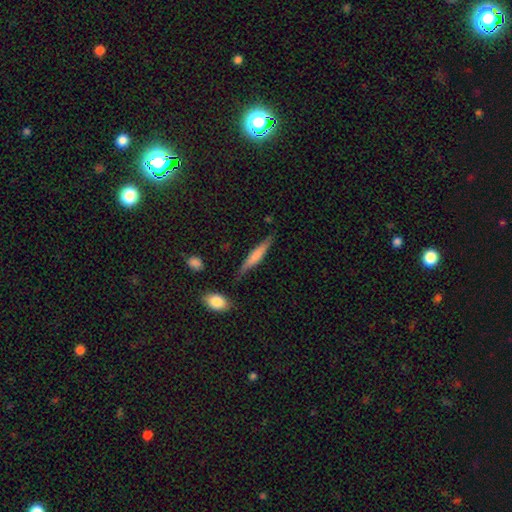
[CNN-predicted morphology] Q: Smooth or featured?
A: smooth (57%); runner-up: featured or disk (37%)
Q: How rounded?
A: cigar-shaped (88%); runner-up: in between (10%)
Q: Merging?
A: none (78%); runner-up: minor disturbance (15%)